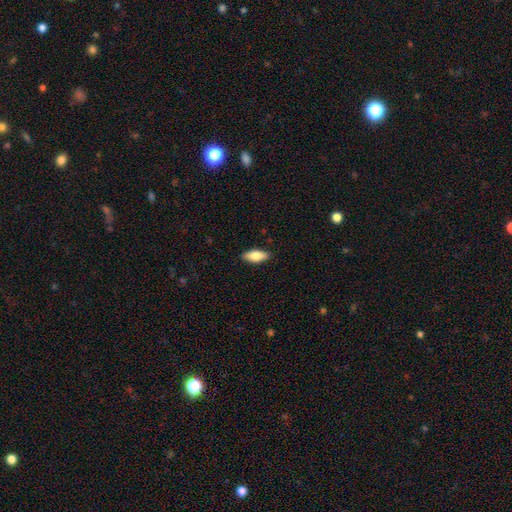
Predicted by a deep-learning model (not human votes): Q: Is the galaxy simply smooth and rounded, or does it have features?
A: smooth — 77%.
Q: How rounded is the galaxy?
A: in between — 79%.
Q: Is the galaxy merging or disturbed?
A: none — 89%.